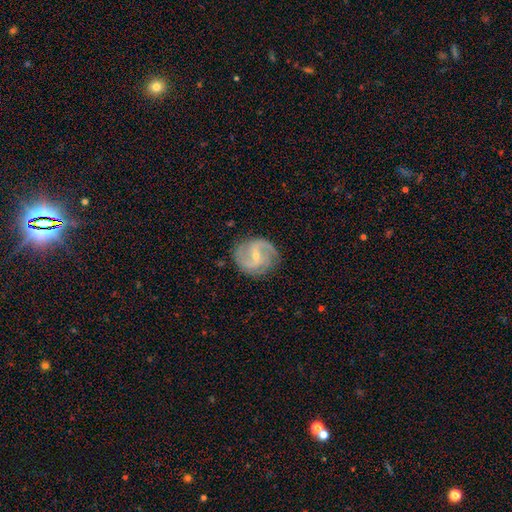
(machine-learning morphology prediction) This is clearly a featured or disk galaxy (86%). It is clearly not viewed edge-on (98%). Bar: possibly weak (53%). Spiral arm pattern: clearly yes (96%). Spiral arm count: clearly 2 (83%). Spiral winding: possibly medium (51%). Central bulge: likely small (68%). Merging: clearly none (81%).